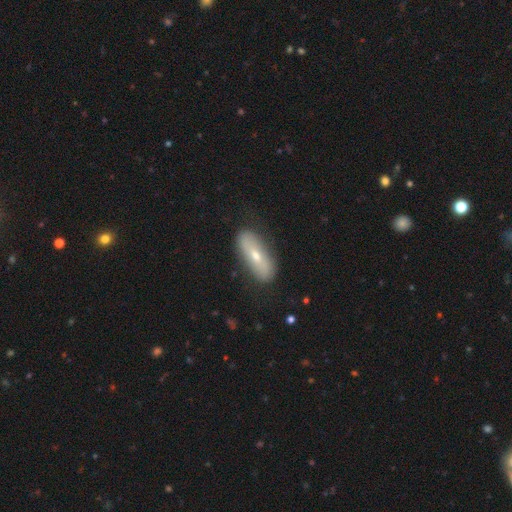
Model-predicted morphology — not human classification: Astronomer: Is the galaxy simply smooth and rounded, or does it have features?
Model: smooth — 49% (runner-up: featured or disk, 44%).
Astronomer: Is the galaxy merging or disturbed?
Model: none — 80%.